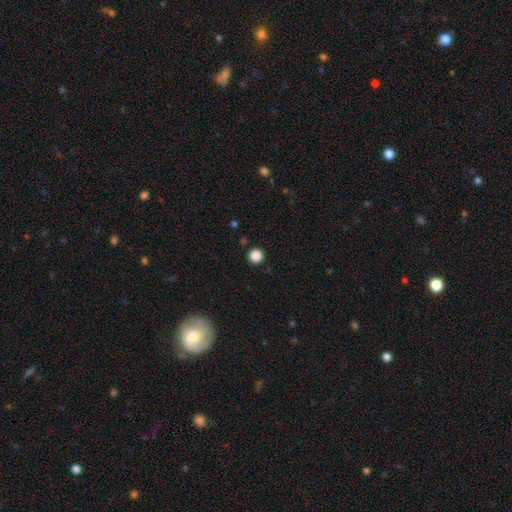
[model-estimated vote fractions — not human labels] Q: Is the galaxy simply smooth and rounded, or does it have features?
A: smooth — 87%.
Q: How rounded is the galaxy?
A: round — 96%.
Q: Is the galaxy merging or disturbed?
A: none — 92%.